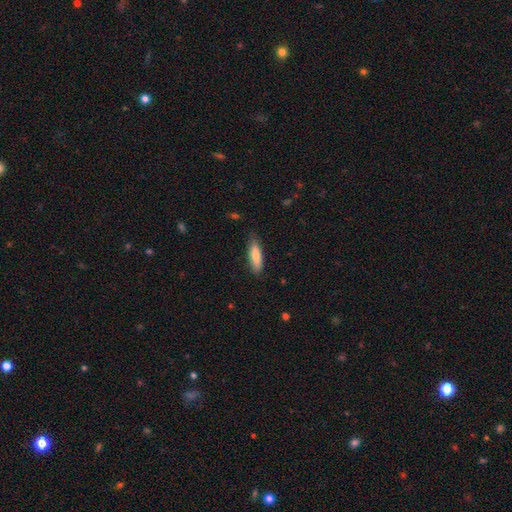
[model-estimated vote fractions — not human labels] smooth-or-featured: smooth: 75% | featured or disk: 19% | star or artifact: 6%
  how-rounded: cigar-shaped: 54% | in between: 44% | round: 2%
  merging: none: 79% | minor disturbance: 17% | major disturbance: 3% | merger: 1%